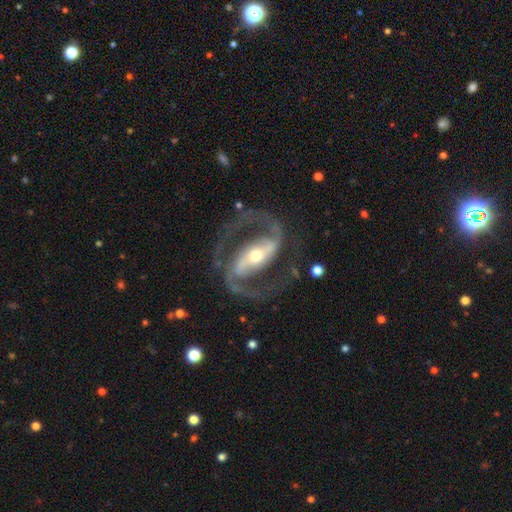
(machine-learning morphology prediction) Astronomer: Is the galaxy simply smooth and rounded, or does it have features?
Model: featured or disk — 93%.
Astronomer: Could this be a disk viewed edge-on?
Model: no — 97%.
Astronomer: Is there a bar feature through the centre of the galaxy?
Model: strong — 68%.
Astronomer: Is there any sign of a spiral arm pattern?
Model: yes — 98%.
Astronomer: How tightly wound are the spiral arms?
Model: medium — 65%.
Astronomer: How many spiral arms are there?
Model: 2 — 94%.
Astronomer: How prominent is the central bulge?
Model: moderate — 51% (runner-up: small, 42%).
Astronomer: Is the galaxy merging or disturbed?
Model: none — 79%.